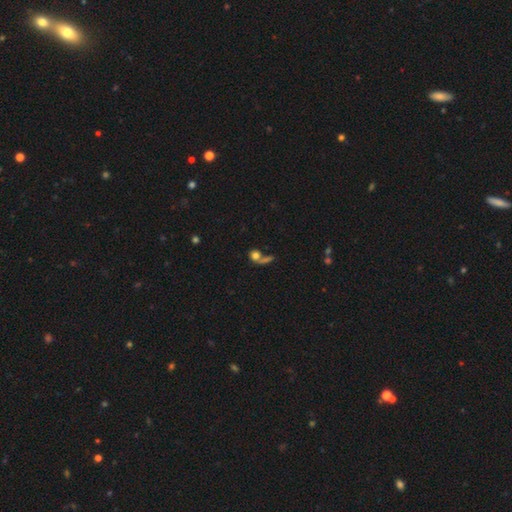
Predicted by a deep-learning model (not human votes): smooth 69%, featured or disk 17%, star or artifact 14%. Down the decision tree: how rounded — round (72%); merging — none (38%).